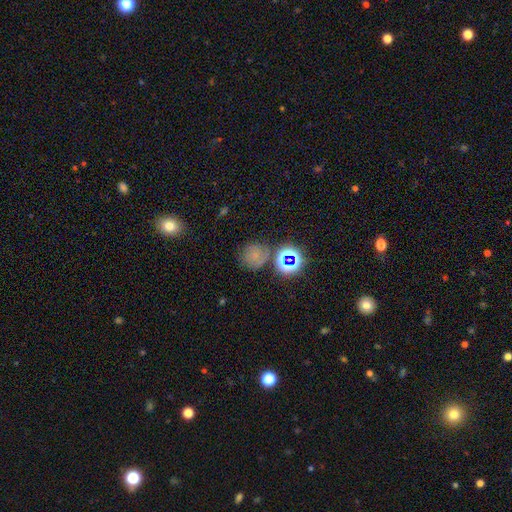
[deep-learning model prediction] Smooth or featured? Predicted: smooth (p=0.53). How rounded? Predicted: round (p=0.87). Merging? Predicted: none (p=0.72).